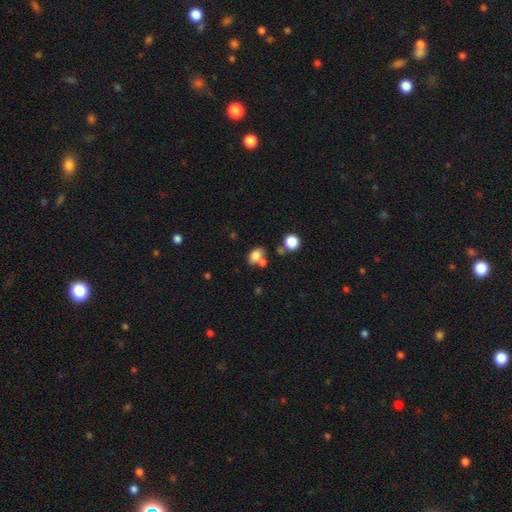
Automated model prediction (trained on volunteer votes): Smooth or featured? smooth (78%)
How rounded? in between (77%)
Merging? none (51%)